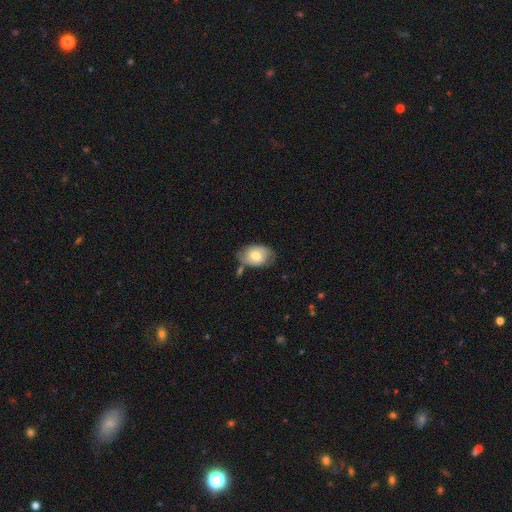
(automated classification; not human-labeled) Smooth or featured?
  - smooth: 67% *
  - featured or disk: 27%
  - star or artifact: 7%
How rounded?
  - in between: 80% *
  - round: 19%
  - cigar-shaped: 1%
Merging?
  - none: 59% *
  - minor disturbance: 24%
  - merger: 10%
  - major disturbance: 7%